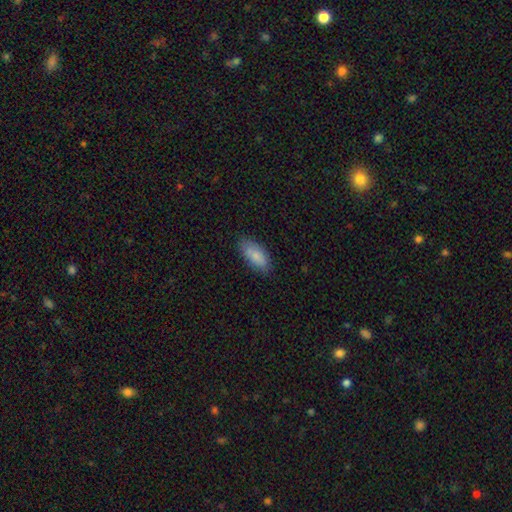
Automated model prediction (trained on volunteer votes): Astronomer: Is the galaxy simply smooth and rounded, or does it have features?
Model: smooth — 83%.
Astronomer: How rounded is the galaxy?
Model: in between — 89%.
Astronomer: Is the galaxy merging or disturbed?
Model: none — 79%.